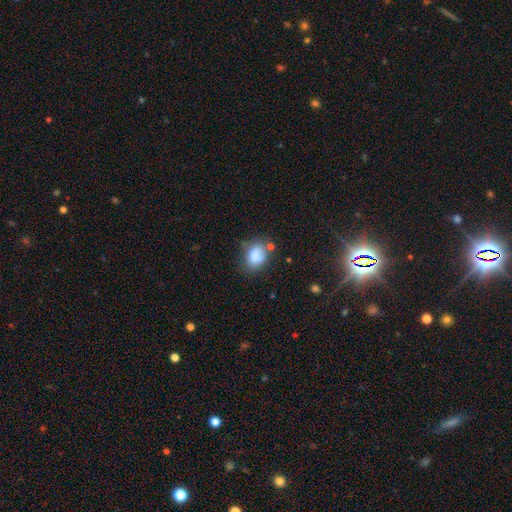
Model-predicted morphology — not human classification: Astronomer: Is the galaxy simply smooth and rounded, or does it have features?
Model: smooth — 82%.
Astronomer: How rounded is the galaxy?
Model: in between — 69%.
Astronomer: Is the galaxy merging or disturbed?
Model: none — 55%.